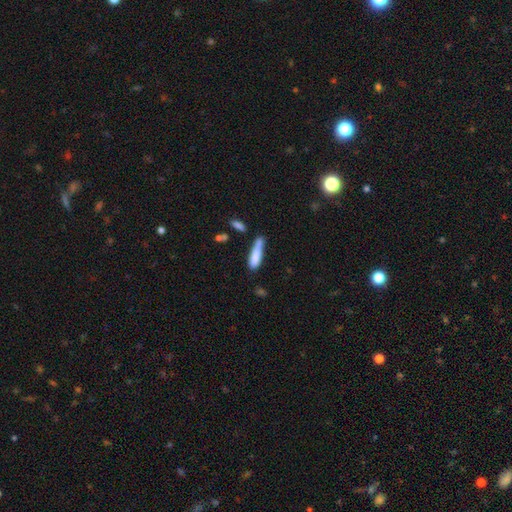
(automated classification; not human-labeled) This appears to be a smooth galaxy with no disk features (79%) that is cigar-shaped (73%). Merging: none (43%).